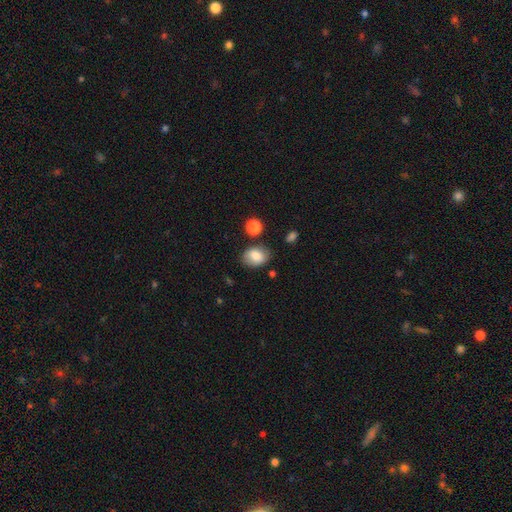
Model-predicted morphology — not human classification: Smooth or featured: smooth — 80% (featured or disk — 11%)
How rounded: in between — 72% (round — 26%)
Merging: none — 74% (minor disturbance — 17%)